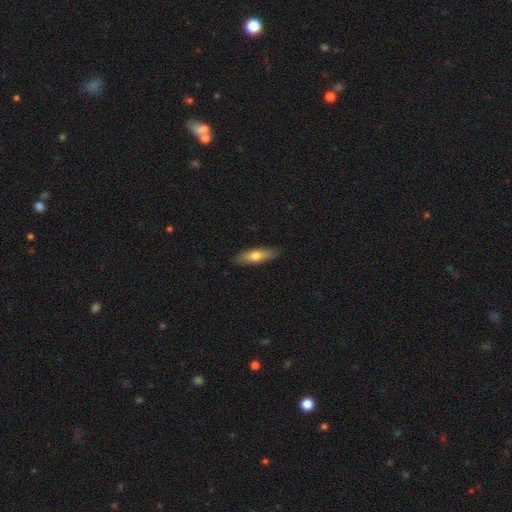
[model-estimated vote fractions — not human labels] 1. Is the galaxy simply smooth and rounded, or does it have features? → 62% smooth, 32% featured or disk, 6% star or artifact.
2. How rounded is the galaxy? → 55% cigar-shaped, 42% in between, 3% round.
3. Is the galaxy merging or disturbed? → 88% none, 9% minor disturbance, 2% major disturbance, 1% merger.